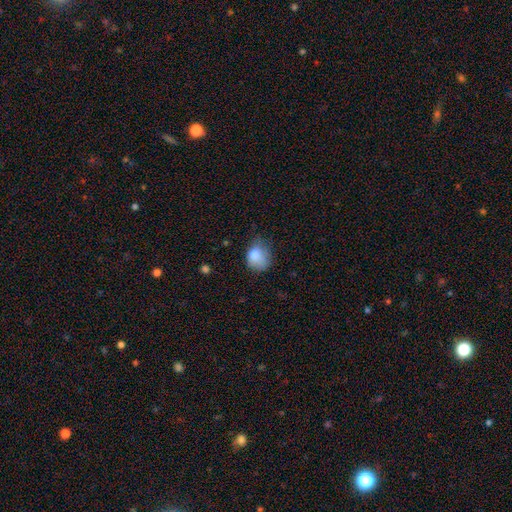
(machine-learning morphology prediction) This appears to be a smooth galaxy with no disk features (81%) that is round (51%). Merging: minor disturbance (41%).